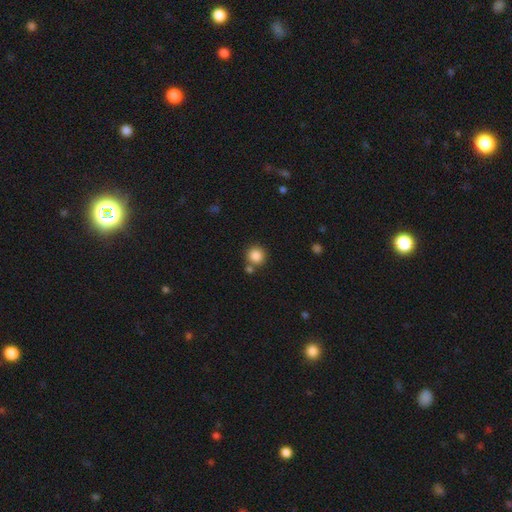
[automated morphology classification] Smooth or featured? Predicted: smooth (p=0.86). How rounded? Predicted: round (p=0.93). Merging? Predicted: none (p=0.75).